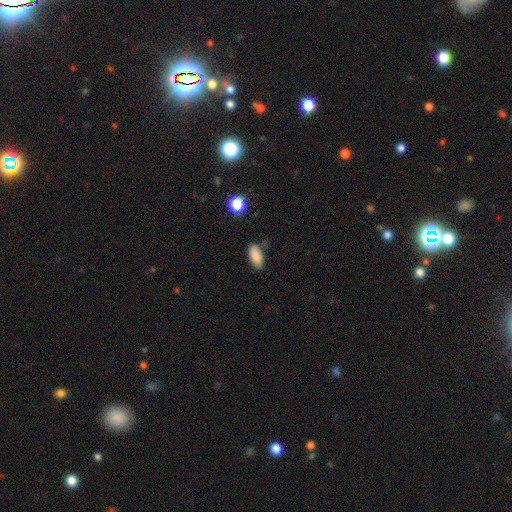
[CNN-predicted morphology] Smooth or featured: smooth — 86% (star or artifact — 8%)
How rounded: in between — 87% (cigar-shaped — 10%)
Merging: none — 77% (minor disturbance — 16%)